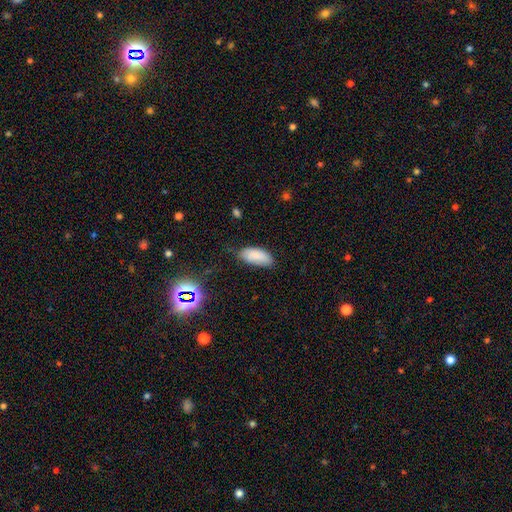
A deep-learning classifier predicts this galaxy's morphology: type=smooth (82%); roundness=in between (89%); merging=none (59%).